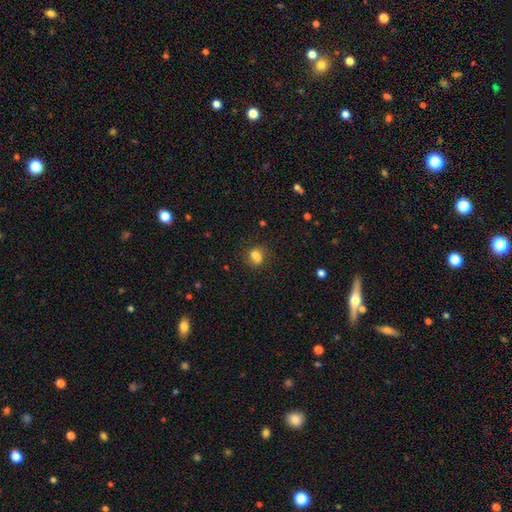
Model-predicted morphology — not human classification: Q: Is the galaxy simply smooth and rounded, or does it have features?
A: smooth — 78%.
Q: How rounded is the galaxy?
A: in between — 53%.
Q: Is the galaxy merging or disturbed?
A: none — 67%.